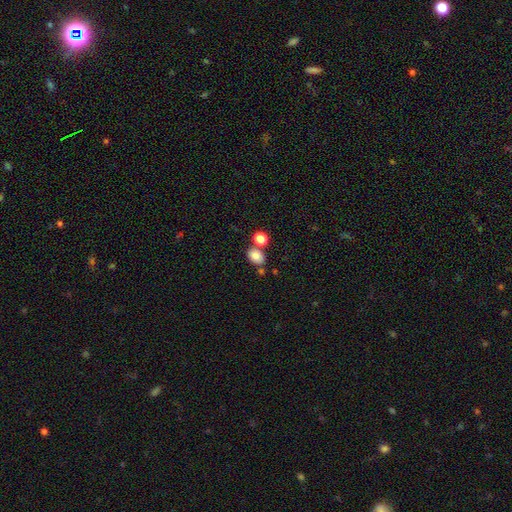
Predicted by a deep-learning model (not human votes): Smooth or featured? Predicted: smooth (p=0.81). How rounded? Predicted: in between (p=0.64). Merging? Predicted: none (p=0.64).